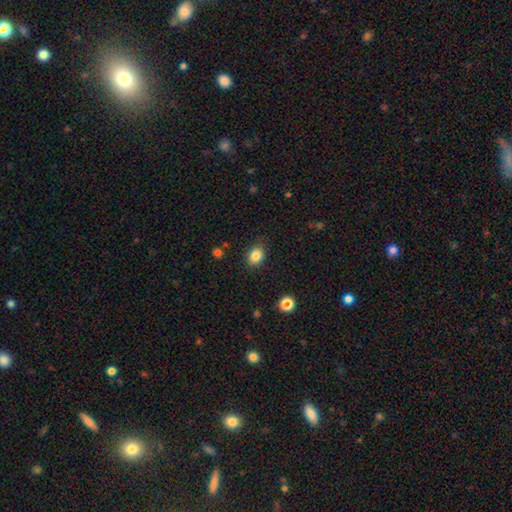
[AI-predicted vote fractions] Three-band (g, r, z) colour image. It shows a smooth galaxy with no disk features (85%) that is in between round and cigar-shaped (55%). Merging: none (84%).